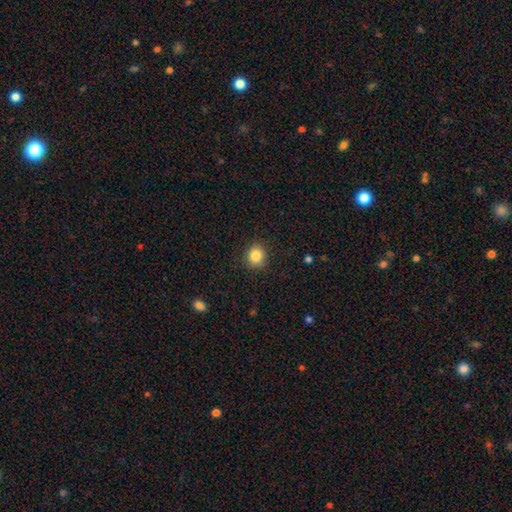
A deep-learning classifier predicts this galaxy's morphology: Q: Smooth or featured?
A: smooth (85%); runner-up: star or artifact (10%)
Q: How rounded?
A: round (81%); runner-up: in between (18%)
Q: Merging?
A: none (88%); runner-up: minor disturbance (9%)